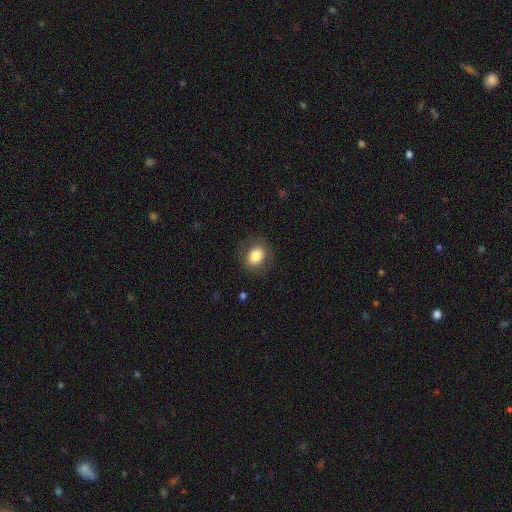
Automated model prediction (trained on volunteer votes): Overall: smooth (80%). How rounded: round (53%; in between 46%). Merging: none (83%).